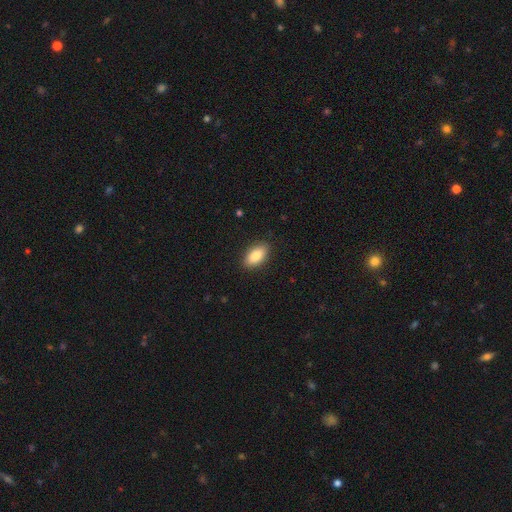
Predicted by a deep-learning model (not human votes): Overall: smooth (85%). How rounded: in between (91%). Merging: none (88%).